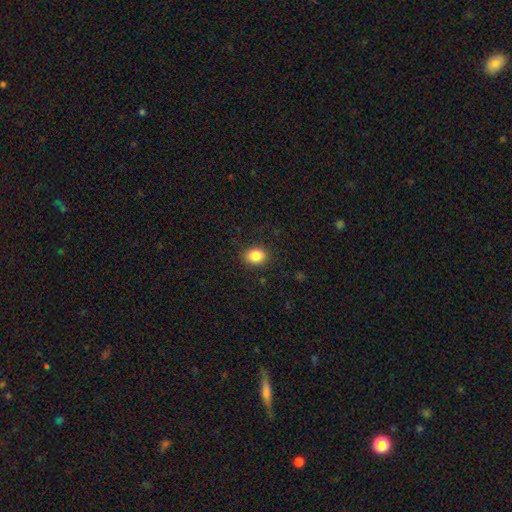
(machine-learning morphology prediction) Smooth or featured? Predicted: smooth (p=0.85). How rounded? Predicted: round (p=0.51). Merging? Predicted: none (p=0.87).